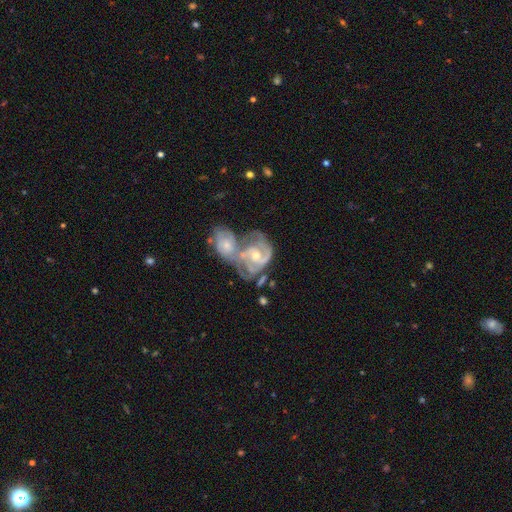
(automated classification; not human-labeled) Smooth or featured: featured or disk — 86% (smooth — 9%)
Edge-on disk: no — 97% (yes — 3%)
Bar: no — 52% (weak — 35%)
Spiral arms: yes — 95% (no — 5%)
Spiral winding: tight — 54% (medium — 37%)
Spiral arm count: 2 — 46% (can't tell — 24%)
Bulge size: moderate — 53% (small — 43%)
Merging: merger — 74% (none — 14%)